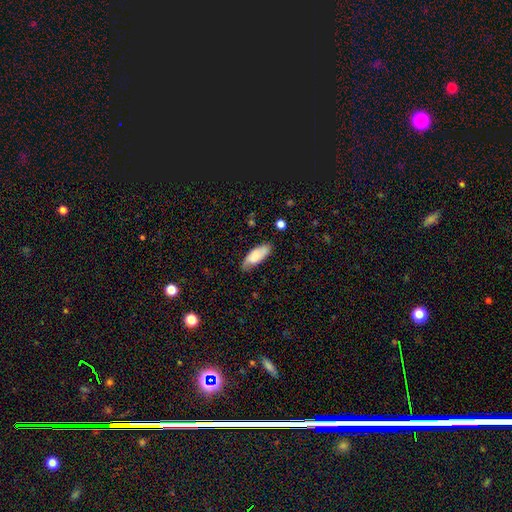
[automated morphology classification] smooth-or-featured: smooth: 74% | featured or disk: 19% | star or artifact: 7%
  how-rounded: in between: 77% | cigar-shaped: 22% | round: 2%
  merging: none: 69% | minor disturbance: 24% | major disturbance: 5% | merger: 2%